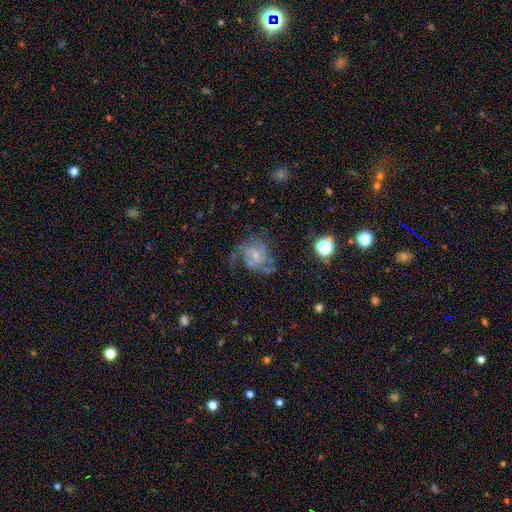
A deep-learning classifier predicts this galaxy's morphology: Smooth or featured?
  - featured or disk: 66% *
  - smooth: 21%
  - star or artifact: 13%
Edge-on disk?
  - no: 98% *
  - yes: 2%
Bar?
  - no: 65% *
  - weak: 30%
  - strong: 5%
Spiral arms?
  - yes: 74% *
  - no: 26%
Bulge size?
  - small: 45% *
  - moderate: 29%
  - none: 21%
  - large: 4%
  - dominant: 1%
Merging?
  - none: 45% *
  - major disturbance: 28%
  - minor disturbance: 23%
  - merger: 4%